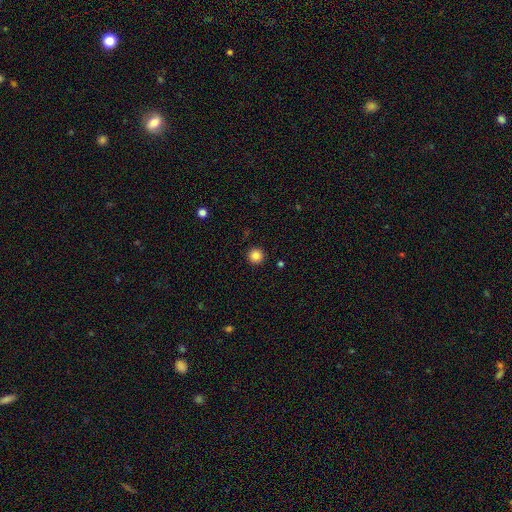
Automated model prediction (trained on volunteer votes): Morphology: type=smooth (85%); roundness=round (96%); merging=none (93%).